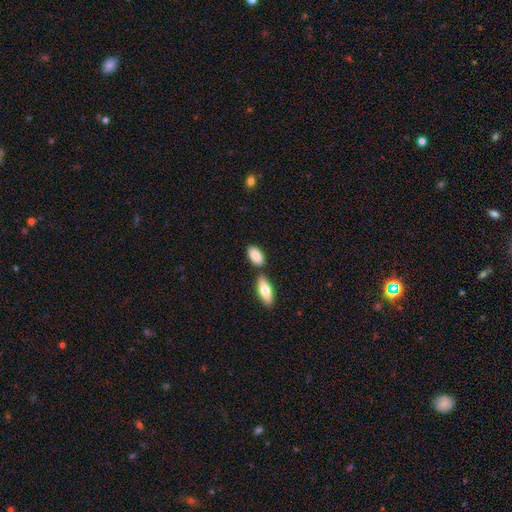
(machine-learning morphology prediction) Smooth or featured? smooth (86%)
How rounded? in between (91%)
Merging? none (69%)